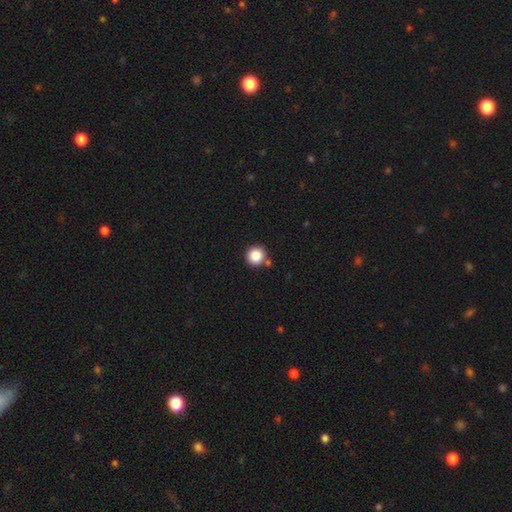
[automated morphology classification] Smooth or featured? Predicted: smooth (p=0.86). How rounded? Predicted: round (p=0.94). Merging? Predicted: none (p=0.83).